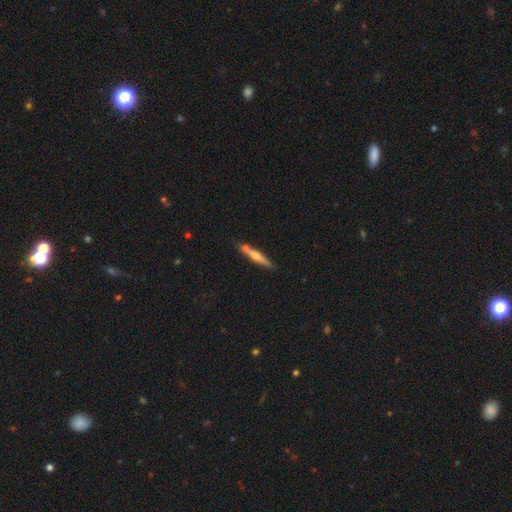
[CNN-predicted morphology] smooth_or_featured: featured or disk (p=0.48) [alt: smooth p=0.46]
merging: none (p=0.71) [alt: minor disturbance p=0.14]